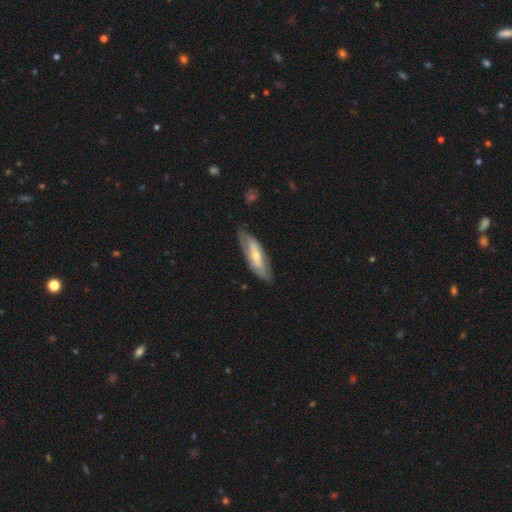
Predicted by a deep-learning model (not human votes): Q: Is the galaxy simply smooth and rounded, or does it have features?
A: featured or disk — 55%.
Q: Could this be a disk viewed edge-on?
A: no — 73%.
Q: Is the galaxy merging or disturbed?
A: none — 71%.